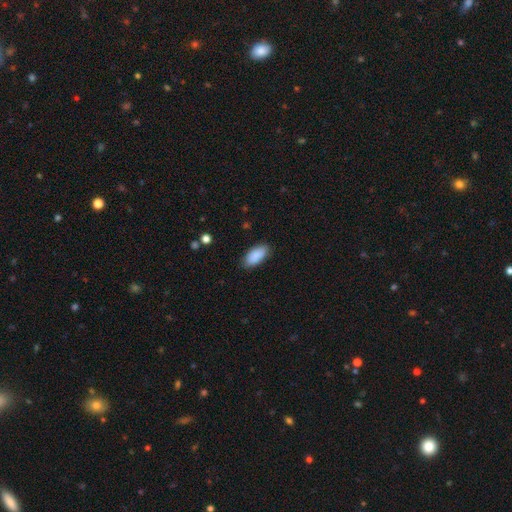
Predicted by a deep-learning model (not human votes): Q: Smooth or featured?
A: smooth (90%); runner-up: star or artifact (6%)
Q: How rounded?
A: in between (92%); runner-up: cigar-shaped (6%)
Q: Merging?
A: none (85%); runner-up: minor disturbance (12%)